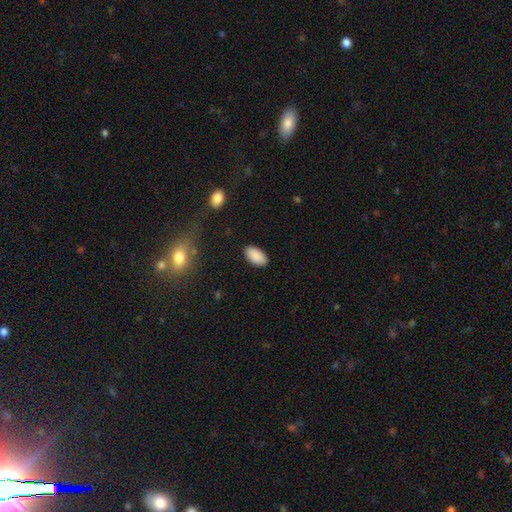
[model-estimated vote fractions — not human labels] smooth-or-featured: smooth: 89% | star or artifact: 7% | featured or disk: 4%
  how-rounded: in between: 95% | round: 3% | cigar-shaped: 2%
  merging: none: 88% | minor disturbance: 9% | major disturbance: 2% | merger: 1%